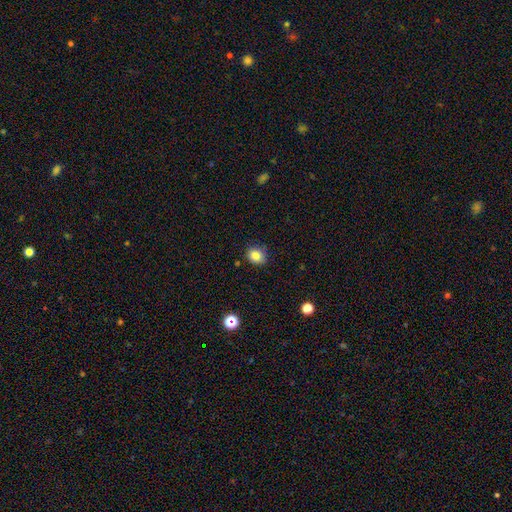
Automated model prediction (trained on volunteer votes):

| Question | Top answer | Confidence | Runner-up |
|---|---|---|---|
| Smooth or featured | smooth | 85% | star or artifact (11%) |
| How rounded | round | 63% | in between (37%) |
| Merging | none | 80% | minor disturbance (15%) |